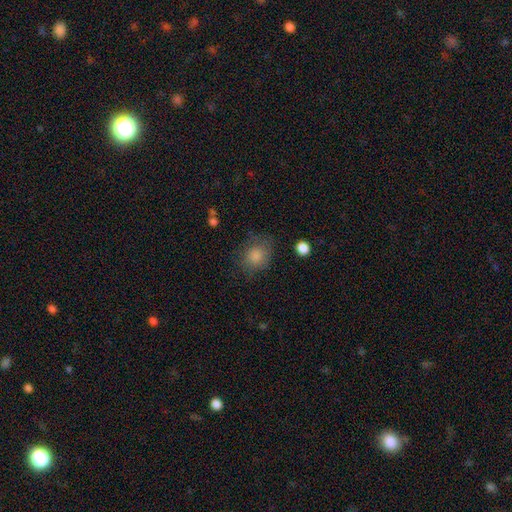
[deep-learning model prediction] smooth 79%, star or artifact 12%, featured or disk 9%. Down the decision tree: how rounded — round (71%); merging — none (71%).